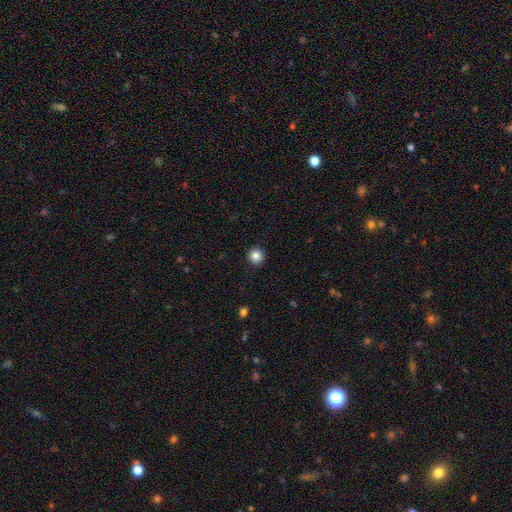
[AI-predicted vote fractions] The model was most divided on "smooth or featured": smooth: 85%, star or artifact: 10%, featured or disk: 4%. More confident: how rounded — round (94%); merging — none (92%).